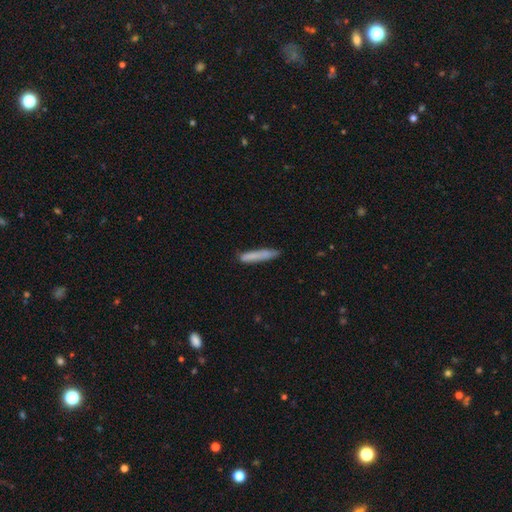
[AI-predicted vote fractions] Q: Smooth or featured?
A: smooth (78%); runner-up: featured or disk (15%)
Q: How rounded?
A: cigar-shaped (92%); runner-up: in between (7%)
Q: Merging?
A: none (81%); runner-up: minor disturbance (14%)